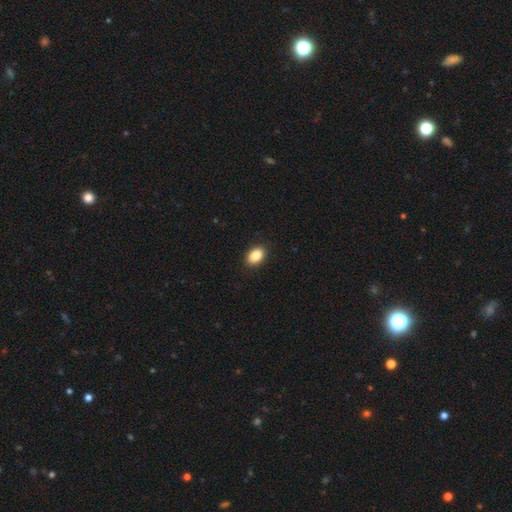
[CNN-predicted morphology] smooth 88%, star or artifact 8%, featured or disk 4%. Down the decision tree: how rounded — in between (86%); merging — none (90%).